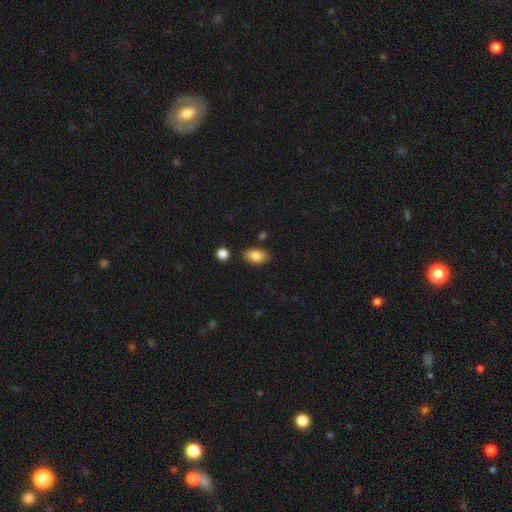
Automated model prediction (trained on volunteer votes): Morphology: type=smooth (85%); roundness=in between (91%); merging=none (82%).